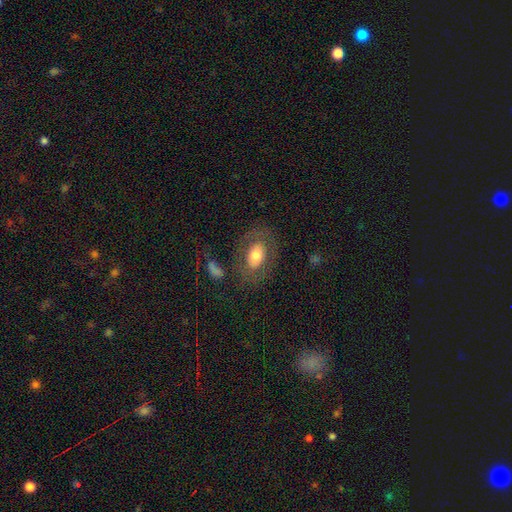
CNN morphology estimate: smooth_or_featured: smooth (p=0.60) [alt: featured or disk p=0.32]
how_rounded: in between (p=0.82) [alt: round p=0.17]
merging: none (p=0.73) [alt: minor disturbance p=0.14]